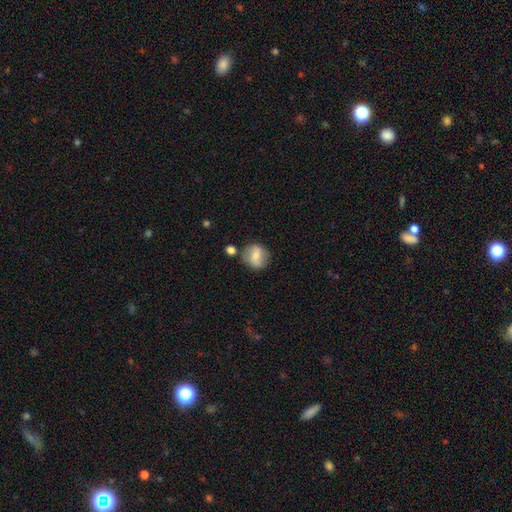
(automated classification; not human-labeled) A smooth galaxy with no disk features (62%) that is round (81%).

Vote fractions:
- Smooth or featured? smooth: 62% / featured or disk: 30% / star or artifact: 8%
- How rounded? round: 81% / in between: 17% / cigar-shaped: 1%
- Merging? none: 73% / minor disturbance: 15% / merger: 8% / major disturbance: 4%